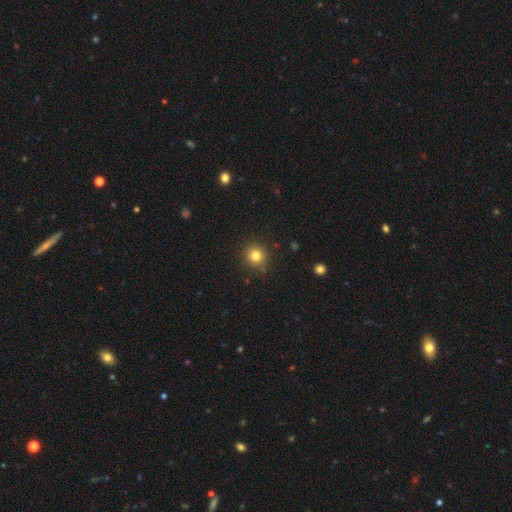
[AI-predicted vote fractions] smooth 81%, star or artifact 13%, featured or disk 6%. Down the decision tree: how rounded — round (93%); merging — none (89%).